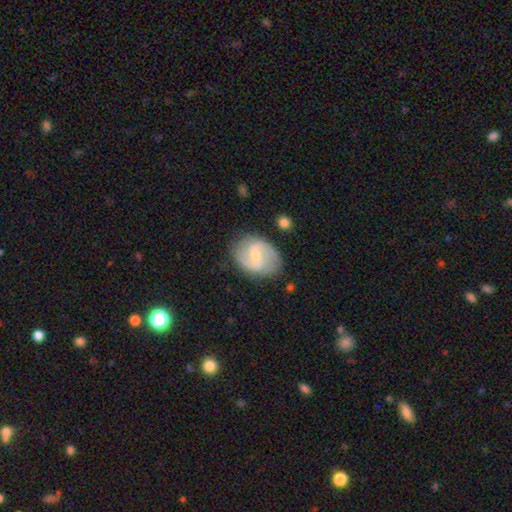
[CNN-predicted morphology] featured or disk 79%, smooth 15%, star or artifact 5%. Down the decision tree: edge-on disk — no (98%); bar — weak (50%); spiral arms — yes (94%); spiral arm count — 2 (82%); spiral winding — medium (53%); bulge size — small (61%); merging — none (77%).